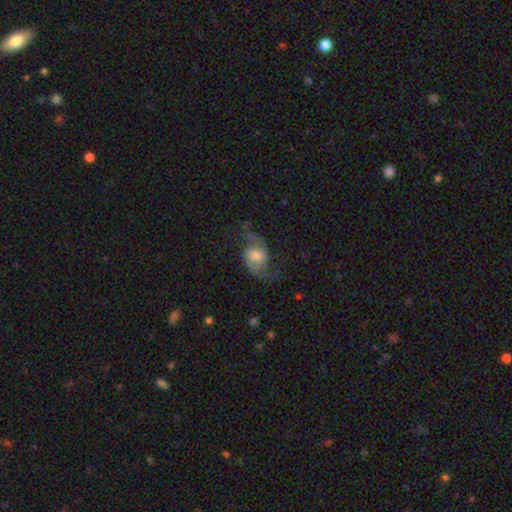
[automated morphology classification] Smooth or featured: featured or disk — 70% (smooth — 22%)
Edge-on disk: no — 96% (yes — 4%)
Bar: no — 52% (weak — 37%)
Spiral arms: yes — 90% (no — 10%)
Spiral winding: loose — 71% (medium — 23%)
Spiral arm count: 2 — 91% (can't tell — 3%)
Bulge size: moderate — 57% (small — 25%)
Merging: none — 60% (minor disturbance — 19%)